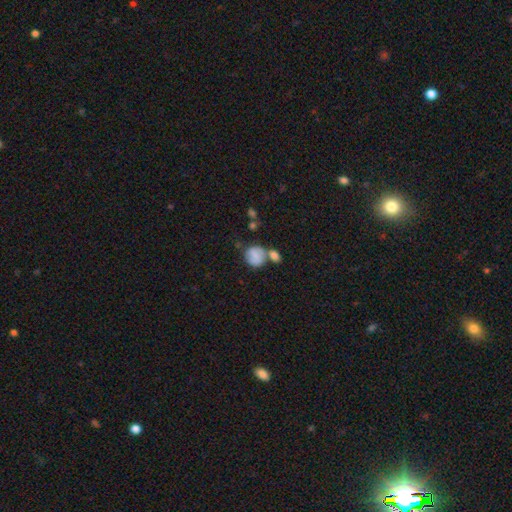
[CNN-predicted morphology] Smooth or featured: smooth — 61% (featured or disk — 30%)
How rounded: round — 65% (in between — 34%)
Merging: merger — 39% (none — 38%)